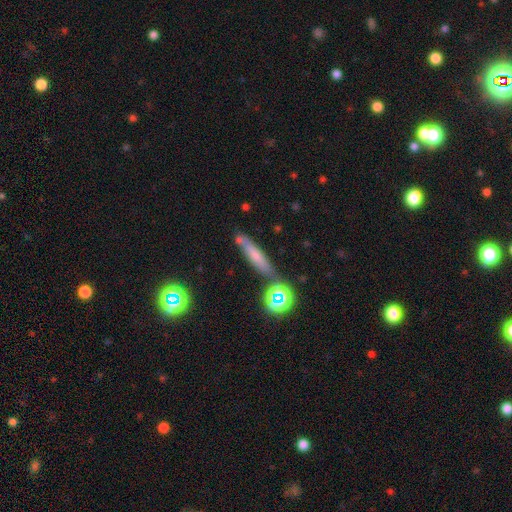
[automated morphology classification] smooth_or_featured: smooth (p=0.59) [alt: featured or disk p=0.24]
how_rounded: cigar-shaped (p=0.80) [alt: in between p=0.14]
merging: none (p=0.71) [alt: minor disturbance p=0.15]